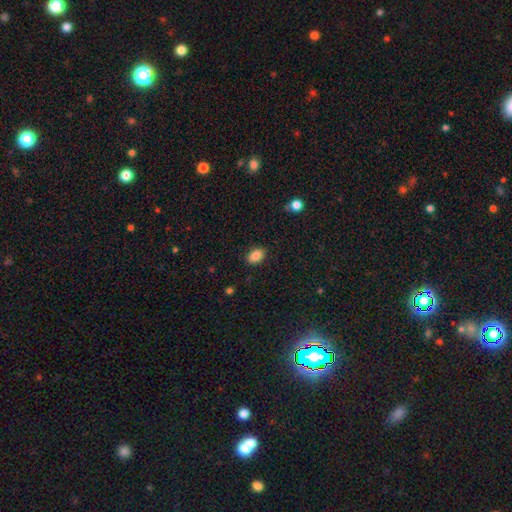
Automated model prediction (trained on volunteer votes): A smooth galaxy with no disk features (85%) that is in between round and cigar-shaped (82%).

Vote fractions:
- Smooth or featured? smooth: 85% / star or artifact: 9% / featured or disk: 6%
- How rounded? in between: 82% / round: 17% / cigar-shaped: 1%
- Merging? none: 87% / minor disturbance: 10% / major disturbance: 2% / merger: 1%